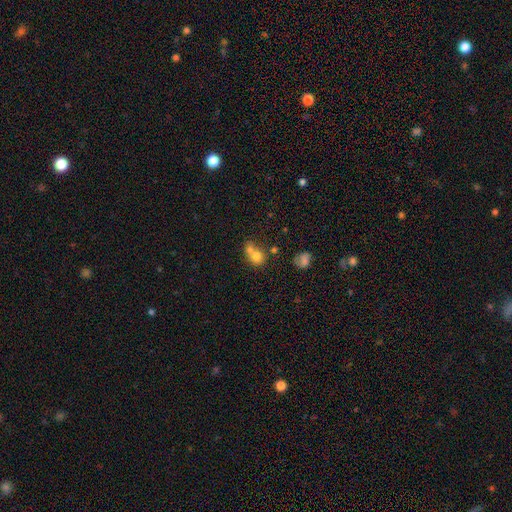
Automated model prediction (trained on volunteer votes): smooth 72%, featured or disk 16%, star or artifact 12%. Down the decision tree: how rounded — round (70%); merging — merger (58%).